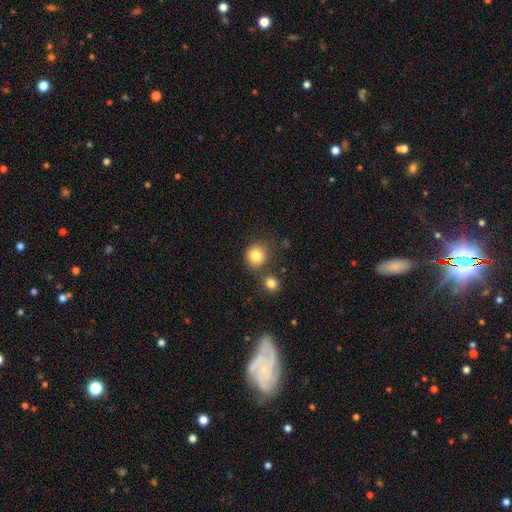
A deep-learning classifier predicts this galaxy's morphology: smooth_or_featured: smooth (p=0.82) [alt: star or artifact p=0.10]
how_rounded: round (p=0.89) [alt: in between p=0.10]
merging: none (p=0.71) [alt: merger p=0.15]